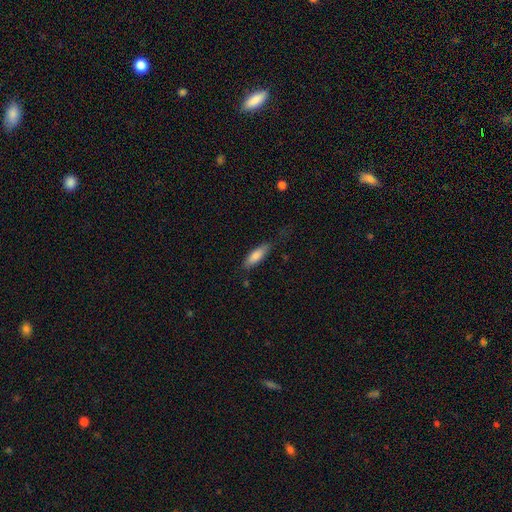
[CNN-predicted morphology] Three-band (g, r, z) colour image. It shows a smooth galaxy with no disk features (80%) that is in between round and cigar-shaped (50%). Merging: none (73%).